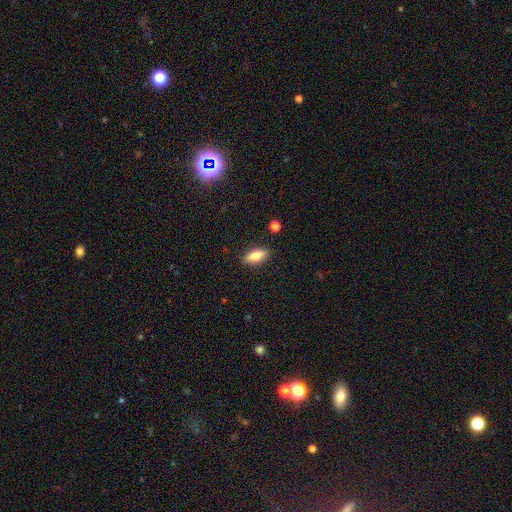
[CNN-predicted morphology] This is likely a smooth galaxy (69%). How rounded: likely in between (78%). Merging: clearly none (87%).